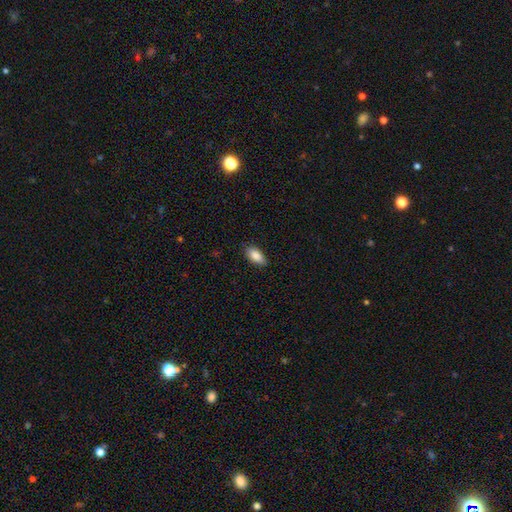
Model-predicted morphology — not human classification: smooth-or-featured: smooth: 86% | featured or disk: 7% | star or artifact: 7%
  how-rounded: in between: 89% | cigar-shaped: 9% | round: 3%
  merging: none: 87% | minor disturbance: 10% | major disturbance: 2% | merger: 1%